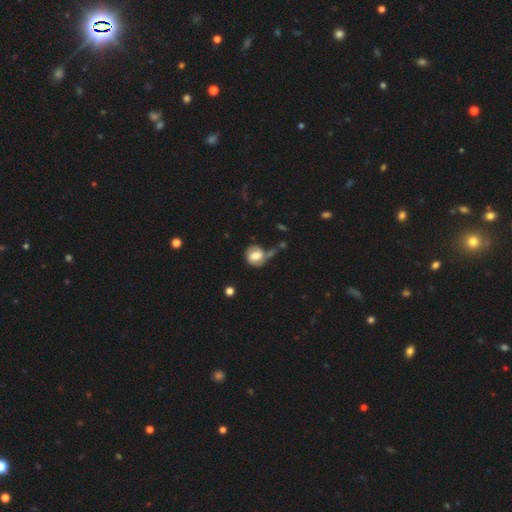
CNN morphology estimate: Smooth or featured? Predicted: smooth (p=0.58). How rounded? Predicted: round (p=0.73). Merging? Predicted: none (p=0.40).